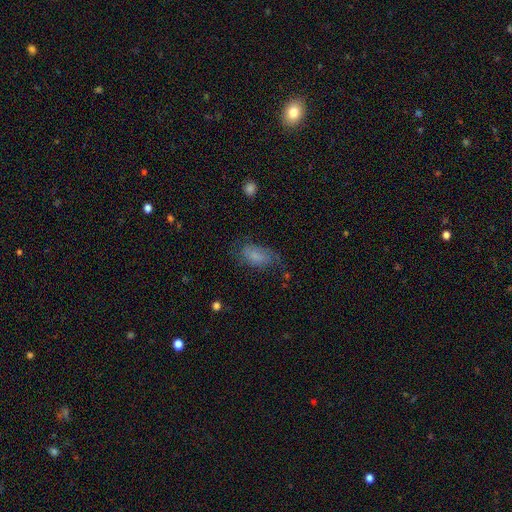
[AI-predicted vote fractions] smooth_or_featured: smooth (p=0.64) [alt: featured or disk p=0.26]
how_rounded: in between (p=0.90) [alt: round p=0.06]
merging: none (p=0.53) [alt: minor disturbance p=0.28]